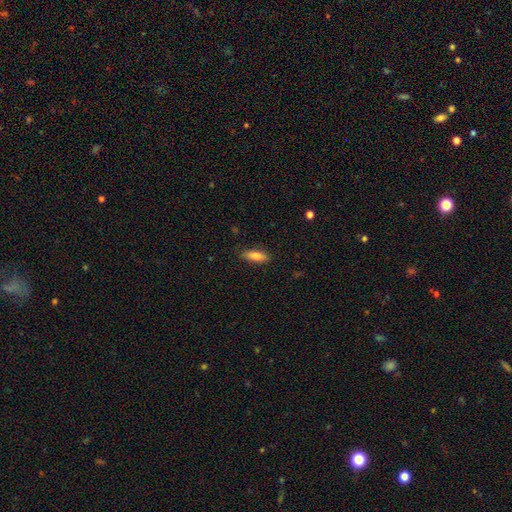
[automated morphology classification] Q: Smooth or featured?
A: smooth (79%); runner-up: featured or disk (14%)
Q: How rounded?
A: in between (61%); runner-up: cigar-shaped (37%)
Q: Merging?
A: none (86%); runner-up: minor disturbance (11%)